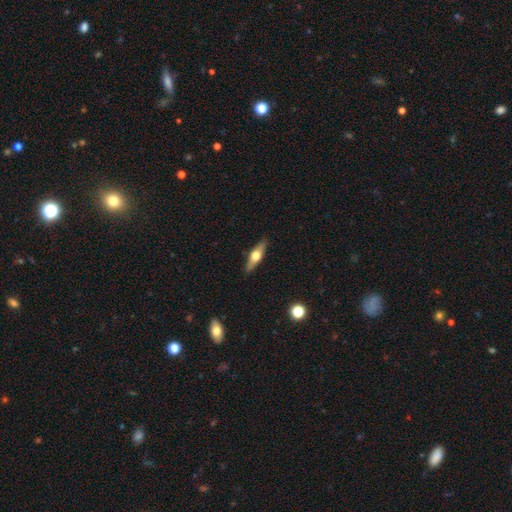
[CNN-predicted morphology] Smooth or featured: featured or disk — 54% (smooth — 40%)
Edge-on disk: yes — 92% (no — 8%)
Merging: none — 88% (minor disturbance — 9%)